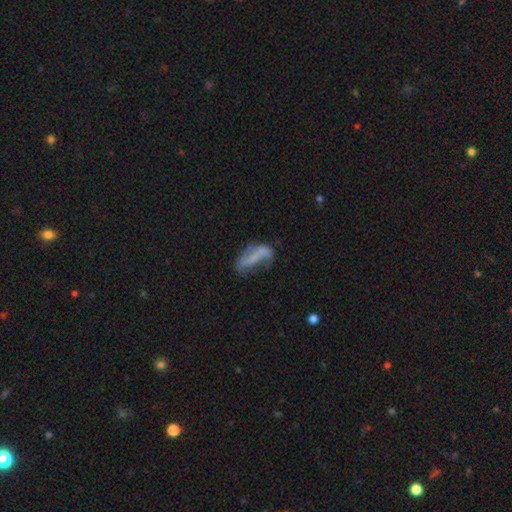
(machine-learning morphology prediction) Smooth or featured? featured or disk (52%)
Edge-on disk? no (88%)
Merging? none (35%)